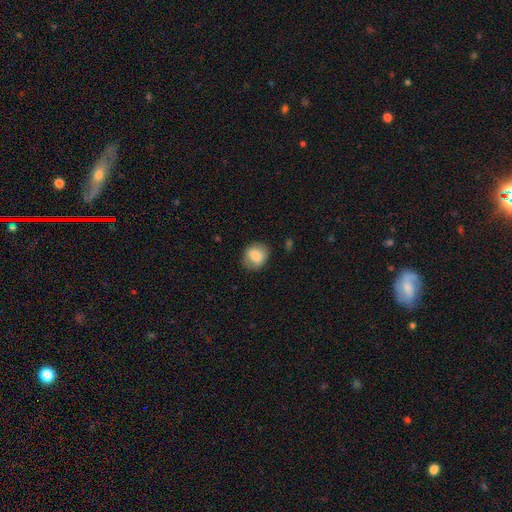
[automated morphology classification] A smooth galaxy with no disk features (79%) that is round (66%).

Vote fractions:
- Smooth or featured? smooth: 79% / featured or disk: 14% / star or artifact: 8%
- How rounded? round: 66% / in between: 33% / cigar-shaped: 1%
- Merging? none: 80% / minor disturbance: 15% / major disturbance: 4% / merger: 1%